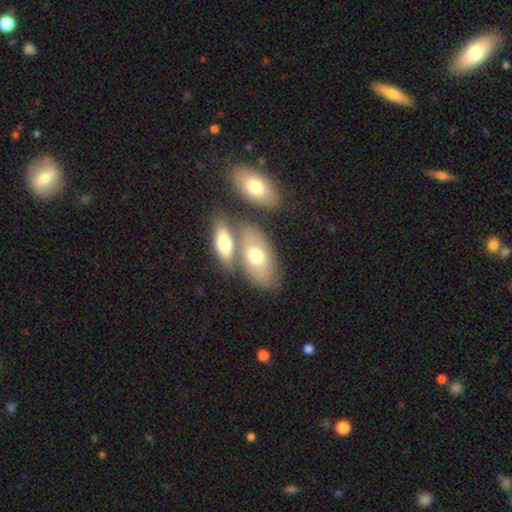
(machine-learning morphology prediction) Smooth or featured: smooth — 65% (featured or disk — 28%)
How rounded: in between — 88% (round — 6%)
Merging: none — 51% (merger — 33%)